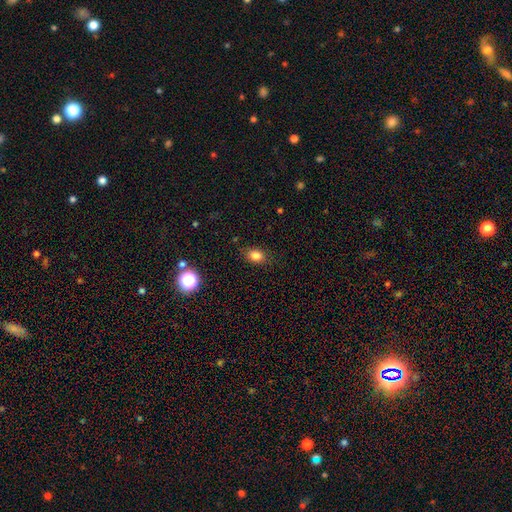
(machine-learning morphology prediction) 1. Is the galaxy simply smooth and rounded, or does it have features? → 82% smooth, 12% star or artifact, 6% featured or disk.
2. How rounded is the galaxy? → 68% in between, 31% round, 1% cigar-shaped.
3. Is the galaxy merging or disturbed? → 83% none, 13% minor disturbance, 3% major disturbance, 1% merger.